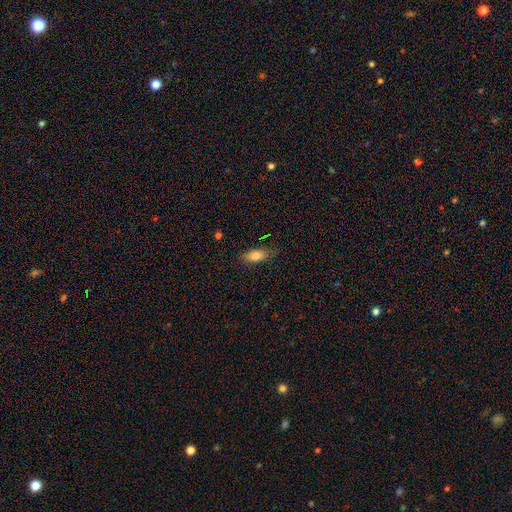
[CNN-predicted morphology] A smooth galaxy with no disk features (81%) that is in between round and cigar-shaped (84%).

Vote fractions:
- Smooth or featured? smooth: 81% / featured or disk: 11% / star or artifact: 8%
- How rounded? in between: 84% / cigar-shaped: 12% / round: 3%
- Merging? none: 78% / minor disturbance: 16% / major disturbance: 4% / merger: 1%